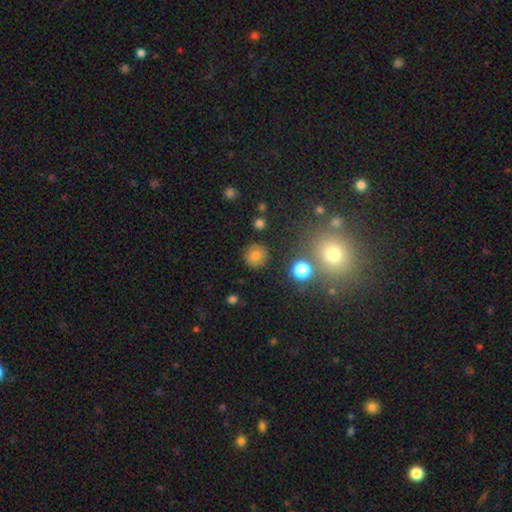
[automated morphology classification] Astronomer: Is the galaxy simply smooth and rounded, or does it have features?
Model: smooth — 75%.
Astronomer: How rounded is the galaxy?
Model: round — 92%.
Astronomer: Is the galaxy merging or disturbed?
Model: none — 87%.